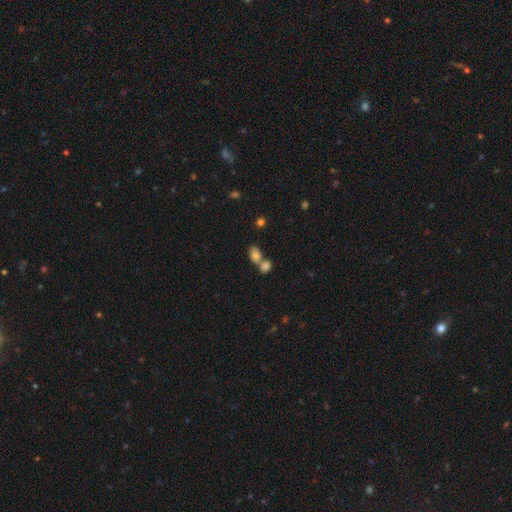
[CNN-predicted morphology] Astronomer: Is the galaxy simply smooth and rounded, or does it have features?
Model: smooth — 80%.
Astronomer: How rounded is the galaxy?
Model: in between — 81%.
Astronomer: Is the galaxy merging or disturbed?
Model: merger — 57%.